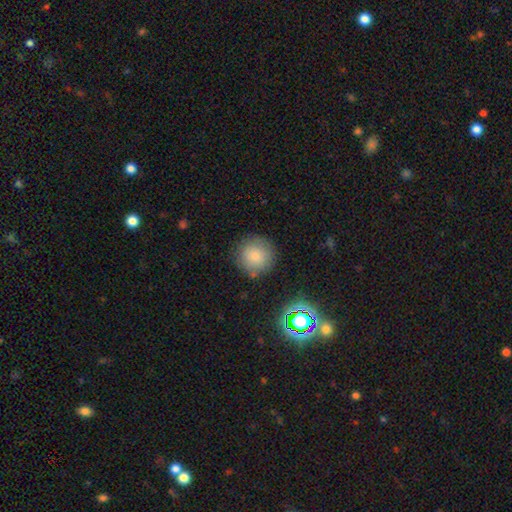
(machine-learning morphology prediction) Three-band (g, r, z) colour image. It shows a smooth galaxy with no disk features (81%) that is round (95%). Merging: none (84%).